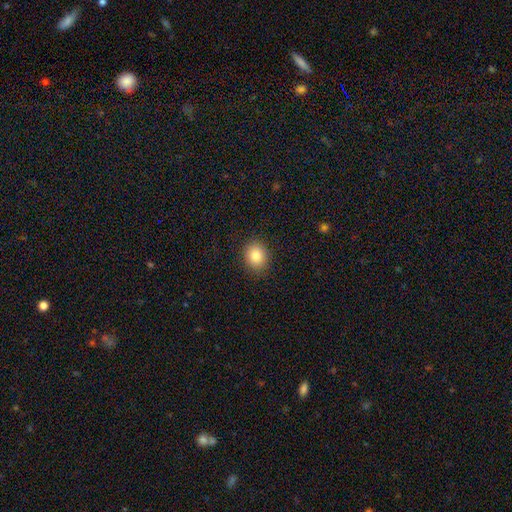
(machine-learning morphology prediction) Q: Smooth or featured?
A: smooth (84%); runner-up: star or artifact (10%)
Q: How rounded?
A: round (64%); runner-up: in between (36%)
Q: Merging?
A: none (89%); runner-up: minor disturbance (8%)